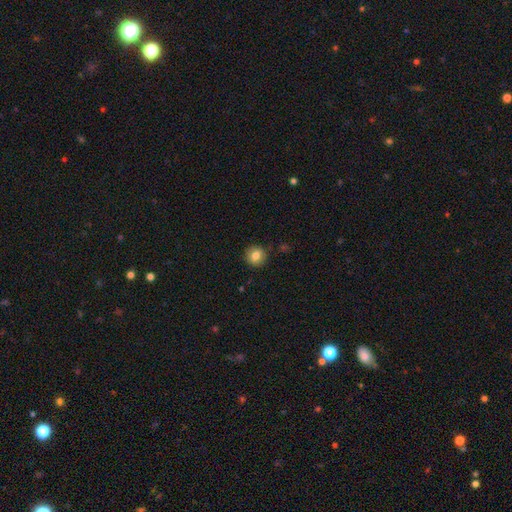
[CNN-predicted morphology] smooth-or-featured: smooth: 80% | featured or disk: 11% | star or artifact: 9%
  how-rounded: round: 91% | in between: 8% | cigar-shaped: 1%
  merging: none: 90% | minor disturbance: 7% | major disturbance: 2% | merger: 1%